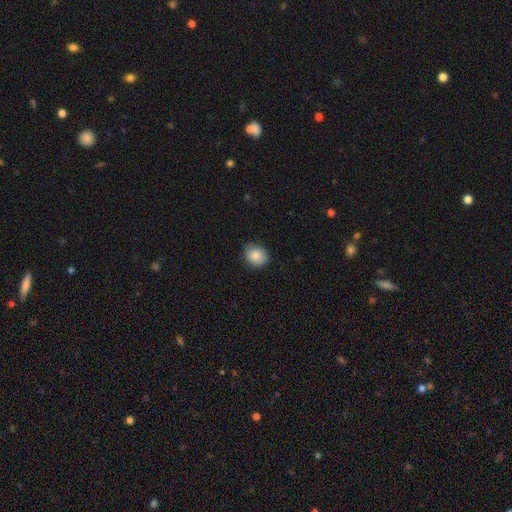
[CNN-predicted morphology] The model was most divided on "how rounded": round: 66%, in between: 33%, cigar-shaped: 1%. More confident: smooth or featured — smooth (86%); merging — none (76%).